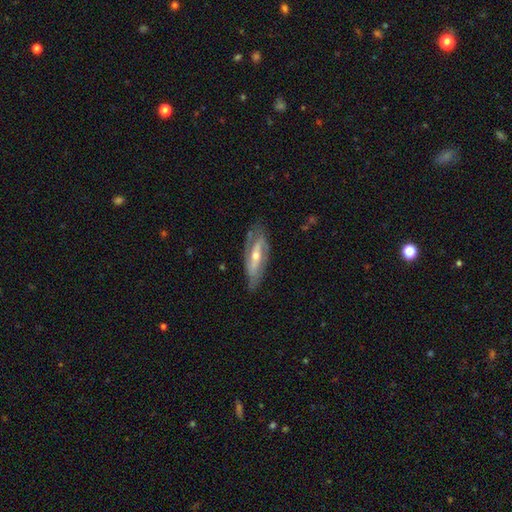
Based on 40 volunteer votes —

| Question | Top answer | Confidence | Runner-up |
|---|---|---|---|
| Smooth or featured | featured or disk | 90% | smooth (10%) |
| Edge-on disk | no | 92% | yes (8%) |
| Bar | strong | 58% | weak (27%) |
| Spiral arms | yes | 88% | no (12%) |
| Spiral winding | medium | 45% | tight (31%) |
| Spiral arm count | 2 | 93% | 1 (3%) |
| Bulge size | small | 48% | moderate (45%) |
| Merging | none | 72% | minor disturbance (10%) |